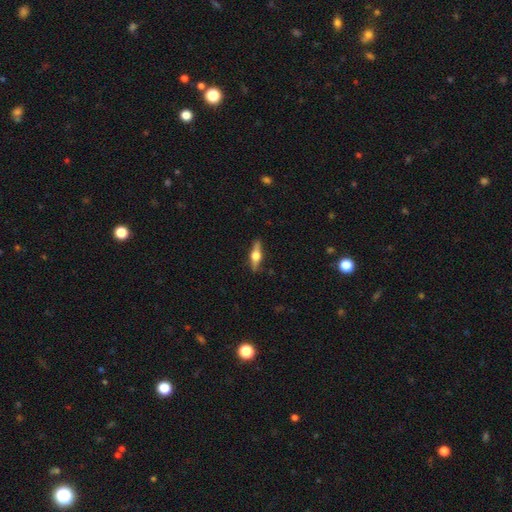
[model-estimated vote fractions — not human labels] Overall: featured or disk (67%; smooth 27%). Edge-on disk: yes (96%). Edge-on bulge: rounded (95%). Merging: none (88%).